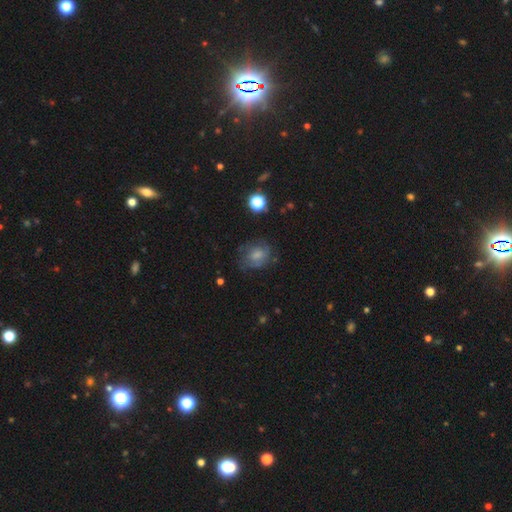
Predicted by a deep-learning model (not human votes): Smooth or featured? Predicted: featured or disk (p=0.43). Merging? Predicted: none (p=0.71).